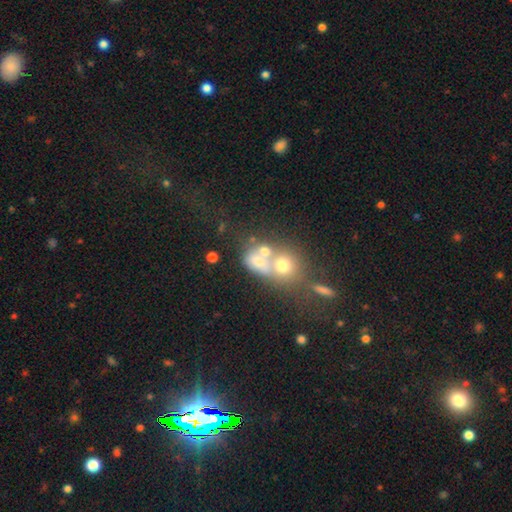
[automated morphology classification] The model was most divided on "how rounded": round: 55%, in between: 43%, cigar-shaped: 2%. More confident: smooth or featured — smooth (59%); merging — merger (53%).